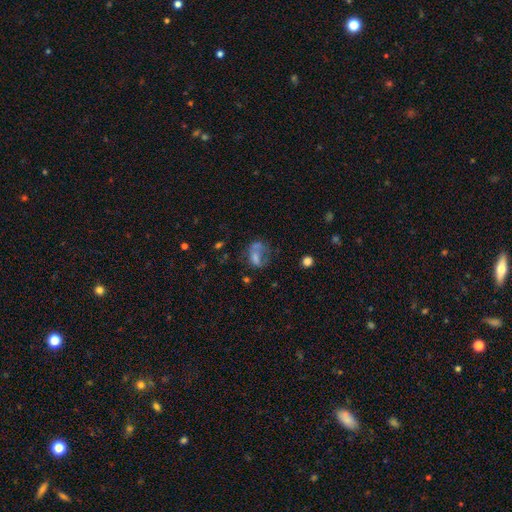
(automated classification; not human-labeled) The model was most divided on "smooth or featured": smooth: 49%, featured or disk: 35%, star or artifact: 15%. Remaining: merging — major disturbance (42%).